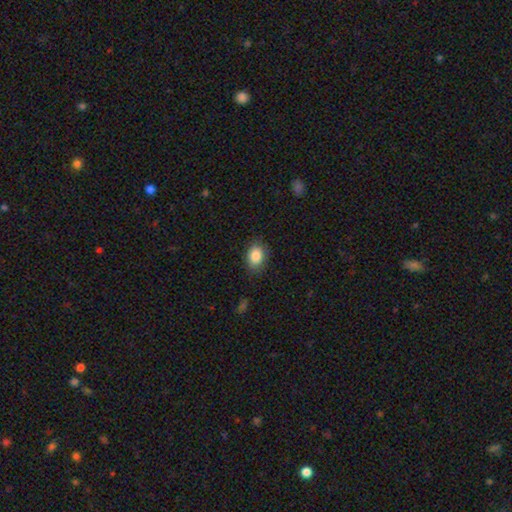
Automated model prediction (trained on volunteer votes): This appears to be a smooth galaxy with no disk features (86%) that is in between round and cigar-shaped (74%). Merging: none (83%).